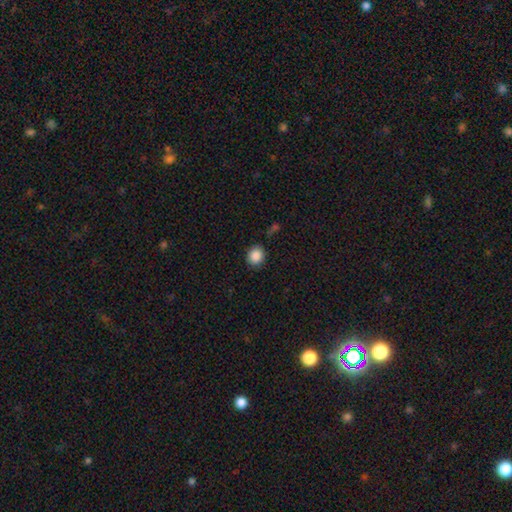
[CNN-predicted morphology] Smooth or featured? smooth (88%)
How rounded? round (76%)
Merging? none (82%)